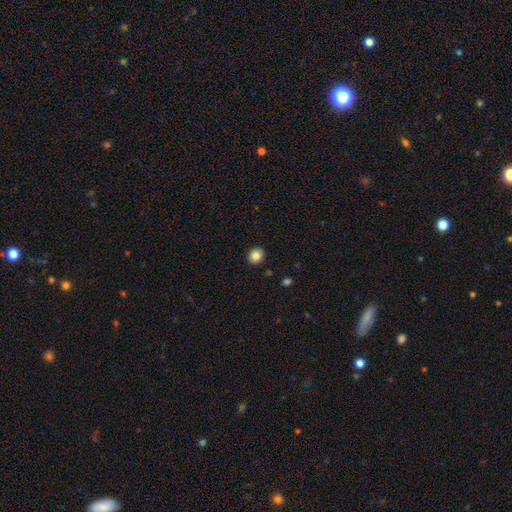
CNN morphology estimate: A smooth galaxy with no disk features (85%) that is round (85%).

Vote fractions:
- Smooth or featured? smooth: 85% / star or artifact: 10% / featured or disk: 5%
- How rounded? round: 85% / in between: 14% / cigar-shaped: 1%
- Merging? none: 92% / minor disturbance: 5% / major disturbance: 2% / merger: 1%